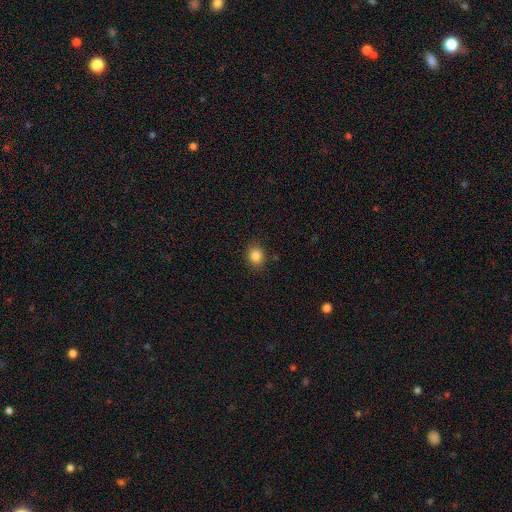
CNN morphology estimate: smooth 84%, star or artifact 11%, featured or disk 5%. Down the decision tree: how rounded — round (70%); merging — none (87%).